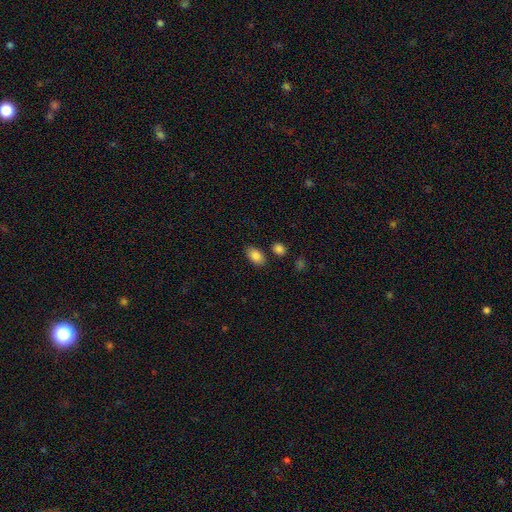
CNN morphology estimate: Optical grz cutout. It shows a smooth galaxy with no disk features (86%) that is in between round and cigar-shaped (91%). Merging: none (80%).